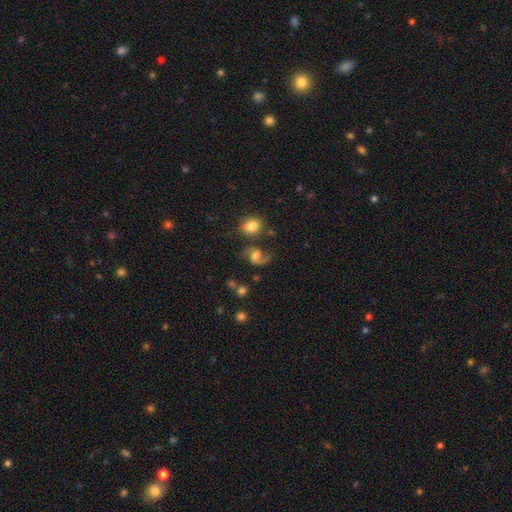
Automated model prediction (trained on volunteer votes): Smooth or featured?
  - featured or disk: 63% *
  - smooth: 27%
  - star or artifact: 10%
Edge-on disk?
  - no: 97% *
  - yes: 3%
Bar?
  - no: 47% *
  - weak: 40%
  - strong: 13%
Spiral arms?
  - yes: 91% *
  - no: 9%
Spiral winding?
  - loose: 53% *
  - medium: 39%
  - tight: 8%
Spiral arm count?
  - 2: 85% *
  - 1: 10%
  - can't tell: 3%
  - 3: 1%
  - 4: 1%
  - more than 4: 1%
Bulge size?
  - moderate: 50% *
  - large: 26%
  - small: 14%
  - none: 6%
  - dominant: 3%
Merging?
  - none: 58% *
  - minor disturbance: 18%
  - major disturbance: 14%
  - merger: 10%